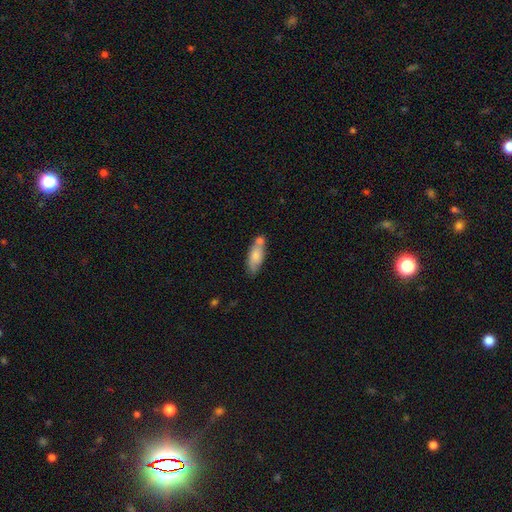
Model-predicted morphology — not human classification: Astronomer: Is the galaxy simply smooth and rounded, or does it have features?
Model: smooth — 74%.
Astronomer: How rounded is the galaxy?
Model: in between — 71%.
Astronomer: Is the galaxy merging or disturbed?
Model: none — 56%.